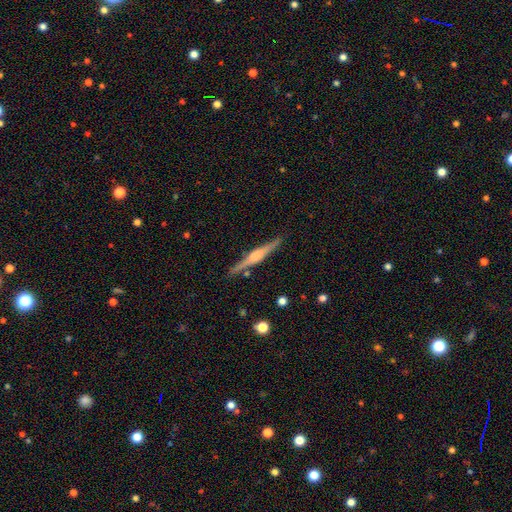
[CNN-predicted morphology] This is likely a featured or disk galaxy (77%). It is clearly viewed edge-on (98%). Edge-on bulge: likely rounded (74%). Merging: clearly none (89%).